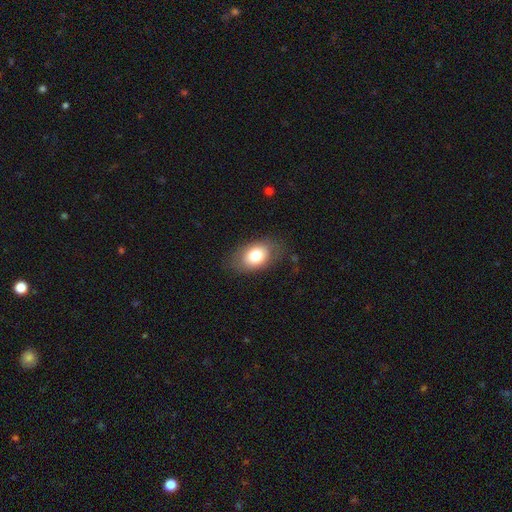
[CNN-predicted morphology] smooth_or_featured: smooth (p=0.75) [alt: featured or disk p=0.17]
how_rounded: in between (p=0.84) [alt: round p=0.15]
merging: none (p=0.78) [alt: minor disturbance p=0.15]